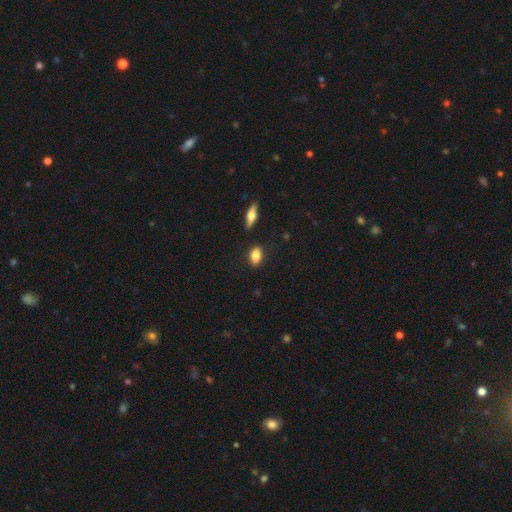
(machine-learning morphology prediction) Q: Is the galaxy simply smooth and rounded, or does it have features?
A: smooth — 82%.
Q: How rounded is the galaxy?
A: in between — 83%.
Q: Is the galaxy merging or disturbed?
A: none — 86%.